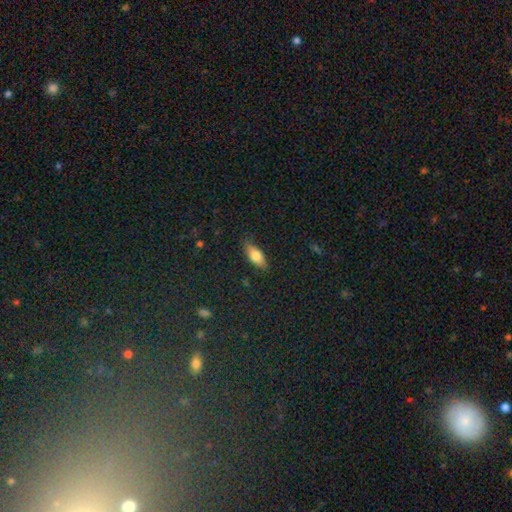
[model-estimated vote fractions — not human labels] Smooth or featured?
  - smooth: 75% *
  - featured or disk: 18%
  - star or artifact: 7%
How rounded?
  - in between: 77% *
  - cigar-shaped: 20%
  - round: 3%
Merging?
  - none: 81% *
  - minor disturbance: 15%
  - major disturbance: 3%
  - merger: 1%